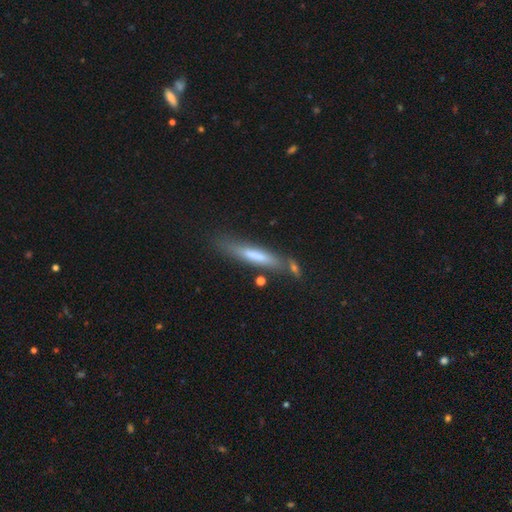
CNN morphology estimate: Q: Smooth or featured?
A: smooth (61%); runner-up: featured or disk (32%)
Q: How rounded?
A: cigar-shaped (89%); runner-up: in between (9%)
Q: Merging?
A: none (68%); runner-up: minor disturbance (17%)